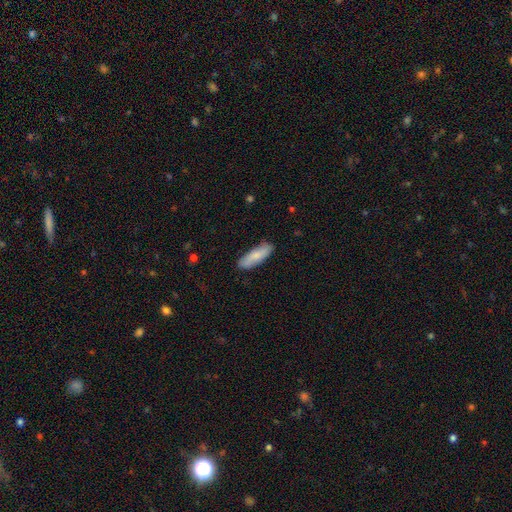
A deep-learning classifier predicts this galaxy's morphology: A smooth galaxy with no disk features (78%) that is cigar-shaped (50%). Merging: none (83%).